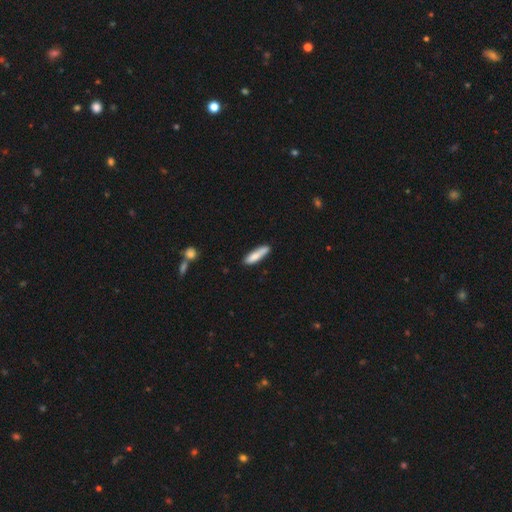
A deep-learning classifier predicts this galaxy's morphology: This appears to be a smooth galaxy with no disk features (80%) that is cigar-shaped (75%). Merging: none (74%).